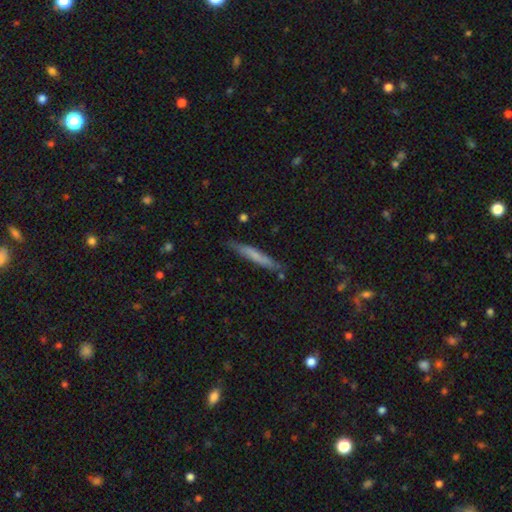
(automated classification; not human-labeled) Morphology: type=smooth (63%); roundness=cigar-shaped (95%); merging=none (82%).